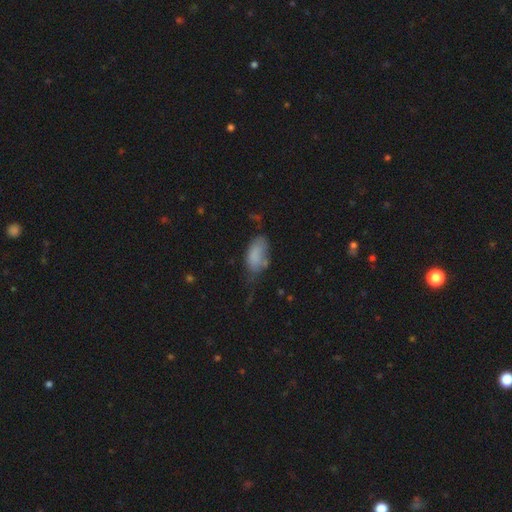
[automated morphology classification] A smooth galaxy with no disk features (78%) that is in between round and cigar-shaped (92%). Merging: minor disturbance (35%, tied with none).